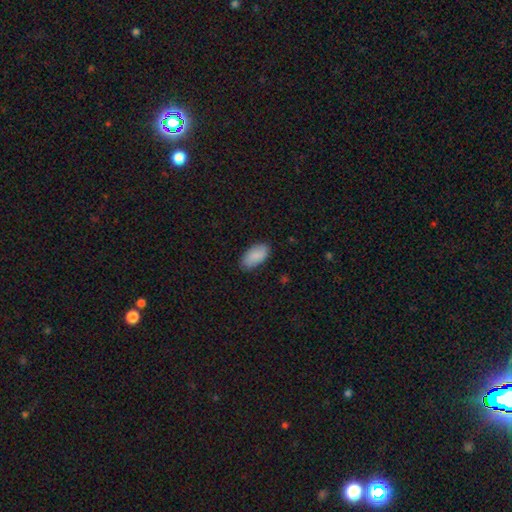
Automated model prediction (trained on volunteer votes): Smooth or featured: smooth — 88% (star or artifact — 6%)
How rounded: in between — 95% (cigar-shaped — 3%)
Merging: none — 83% (minor disturbance — 13%)